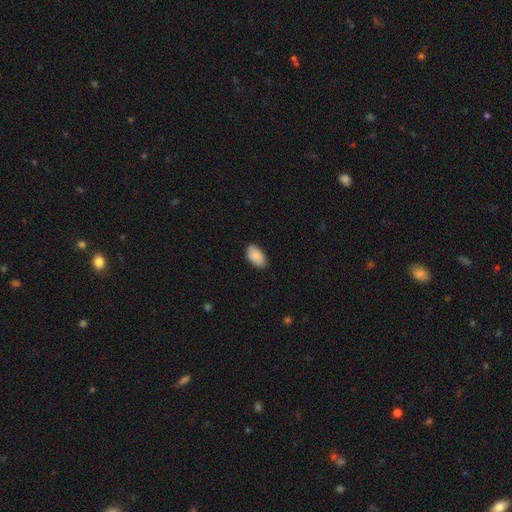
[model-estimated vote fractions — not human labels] smooth_or_featured: smooth (p=0.90) [alt: star or artifact p=0.06]
how_rounded: in between (p=0.95) [alt: round p=0.03]
merging: none (p=0.85) [alt: minor disturbance p=0.12]